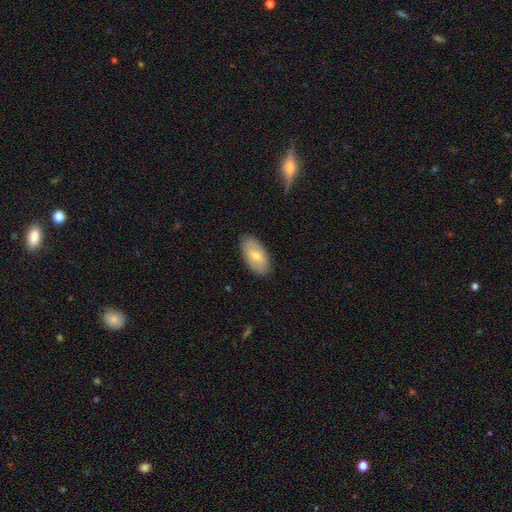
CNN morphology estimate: Smooth or featured? Predicted: smooth (p=0.64). How rounded? Predicted: in between (p=0.94). Merging? Predicted: none (p=0.86).